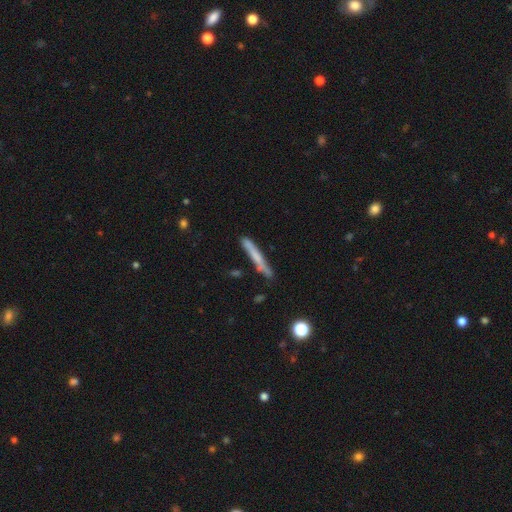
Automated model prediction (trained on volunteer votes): smooth-or-featured: smooth: 58% | featured or disk: 35% | star or artifact: 7%
  how-rounded: cigar-shaped: 95% | in between: 3% | round: 2%
  merging: none: 74% | minor disturbance: 18% | merger: 4% | major disturbance: 4%